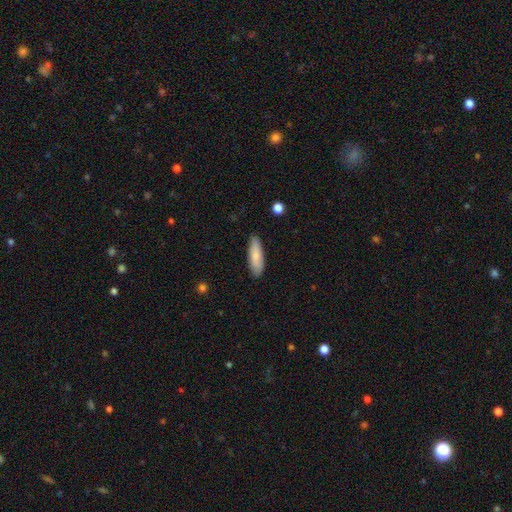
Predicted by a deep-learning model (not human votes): smooth-or-featured: smooth: 82% | featured or disk: 12% | star or artifact: 6%
  how-rounded: cigar-shaped: 52% | in between: 47% | round: 2%
  merging: none: 86% | minor disturbance: 11% | major disturbance: 2% | merger: 1%